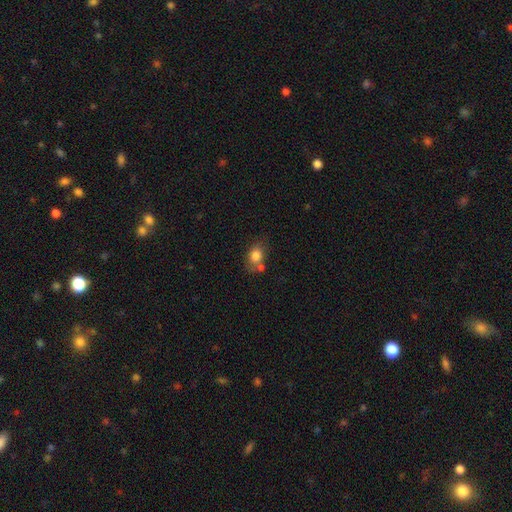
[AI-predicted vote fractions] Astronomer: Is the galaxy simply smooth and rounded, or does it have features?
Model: smooth — 80%.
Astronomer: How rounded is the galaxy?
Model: in between — 56% (runner-up: round, 43%).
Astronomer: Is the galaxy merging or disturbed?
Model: none — 50%.